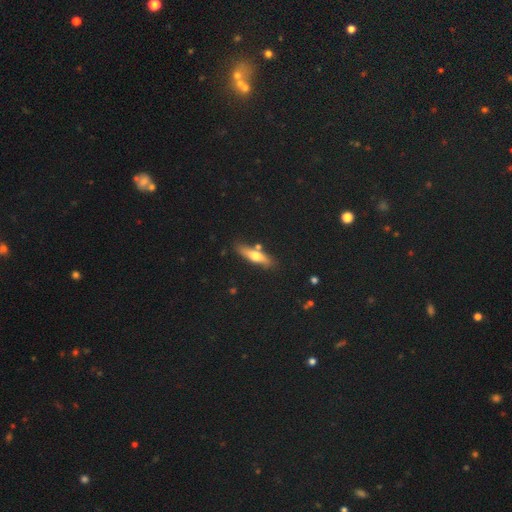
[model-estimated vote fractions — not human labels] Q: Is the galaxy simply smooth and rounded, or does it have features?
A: smooth — 54%.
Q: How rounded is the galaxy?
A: cigar-shaped — 68%.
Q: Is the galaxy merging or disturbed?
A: none — 78%.